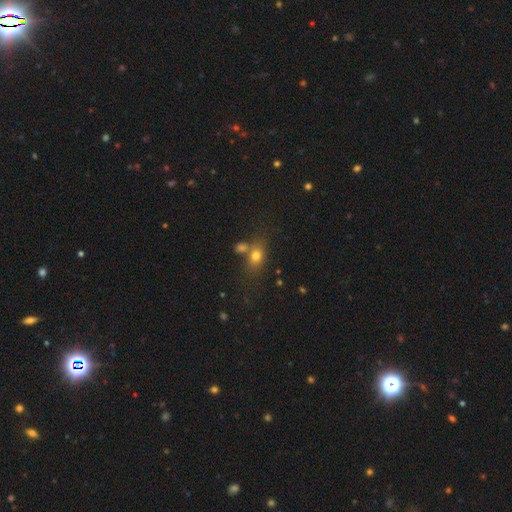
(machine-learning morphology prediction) Overall: smooth (75%). How rounded: in between (65%; round 32%). Merging: none (54%; merger 27%).